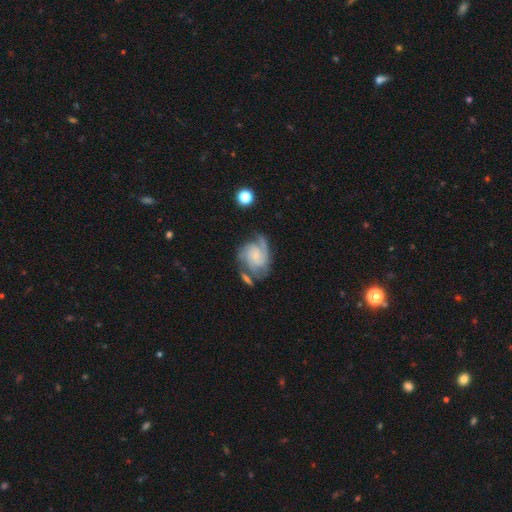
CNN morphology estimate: Overall: featured or disk (80%). Edge-on disk: no (98%). Bar: no (69%). Spiral arms: yes (95%). Spiral arm count: 3 (32%; 2 30%). Spiral winding: tight (46%; medium 41%). Bulge size: small (67%). Merging: none (51%; minor disturbance 23%).